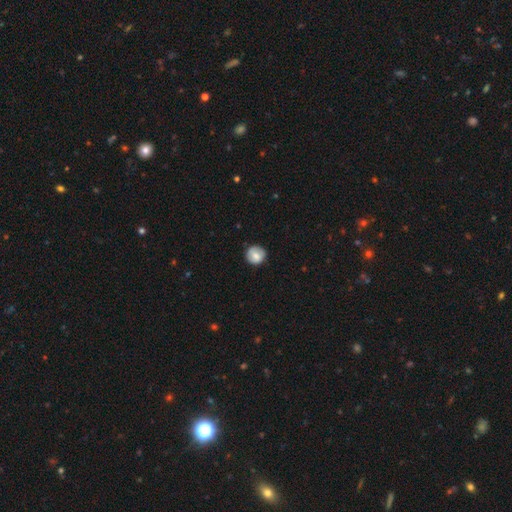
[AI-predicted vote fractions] Q: Smooth or featured?
A: smooth (76%); runner-up: featured or disk (17%)
Q: How rounded?
A: round (91%); runner-up: in between (8%)
Q: Merging?
A: none (82%); runner-up: minor disturbance (14%)